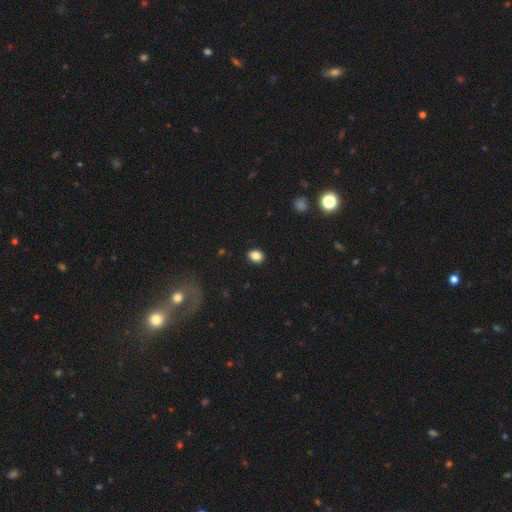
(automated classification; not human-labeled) Q: Smooth or featured?
A: smooth (85%); runner-up: star or artifact (10%)
Q: How rounded?
A: in between (58%); runner-up: round (41%)
Q: Merging?
A: none (89%); runner-up: minor disturbance (8%)